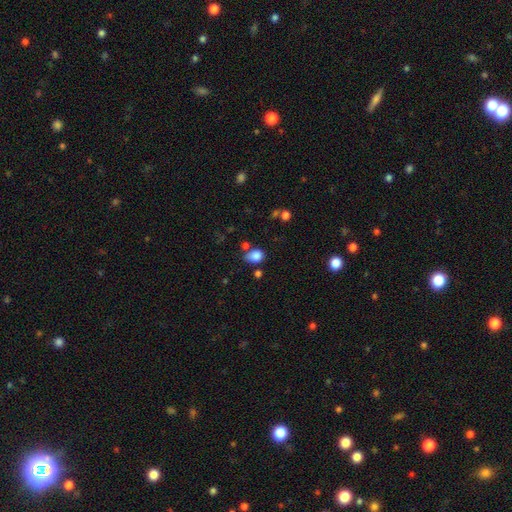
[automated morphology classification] Q: Smooth or featured?
A: smooth (84%); runner-up: star or artifact (10%)
Q: How rounded?
A: in between (64%); runner-up: round (35%)
Q: Merging?
A: none (56%); runner-up: minor disturbance (24%)